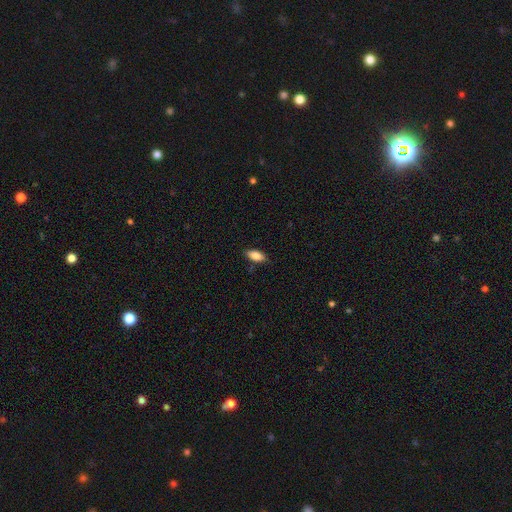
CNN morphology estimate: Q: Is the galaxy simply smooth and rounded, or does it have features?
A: smooth — 86%.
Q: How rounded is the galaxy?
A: in between — 87%.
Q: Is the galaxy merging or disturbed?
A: none — 85%.